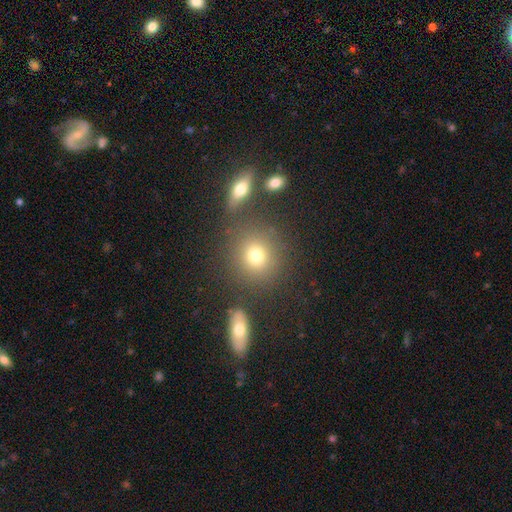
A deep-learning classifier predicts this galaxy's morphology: A smooth galaxy with no disk features (75%) that is round (85%).

Vote fractions:
- Smooth or featured? smooth: 75% / star or artifact: 15% / featured or disk: 10%
- How rounded? round: 85% / in between: 14% / cigar-shaped: 1%
- Merging? none: 76% / merger: 10% / minor disturbance: 9% / major disturbance: 5%